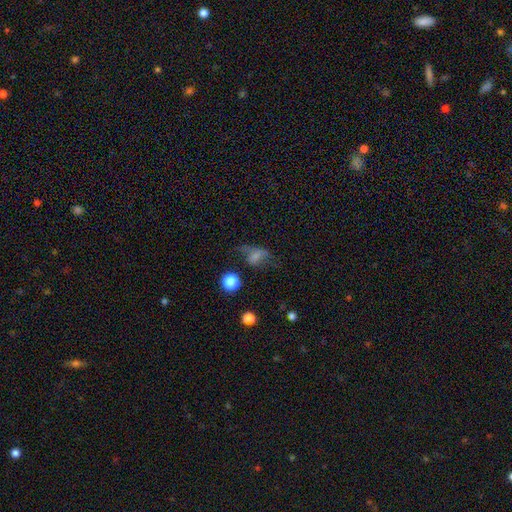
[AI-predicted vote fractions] Overall: smooth (55%; featured or disk 28%). How rounded: in between (70%). Merging: none (36%; major disturbance 35%).